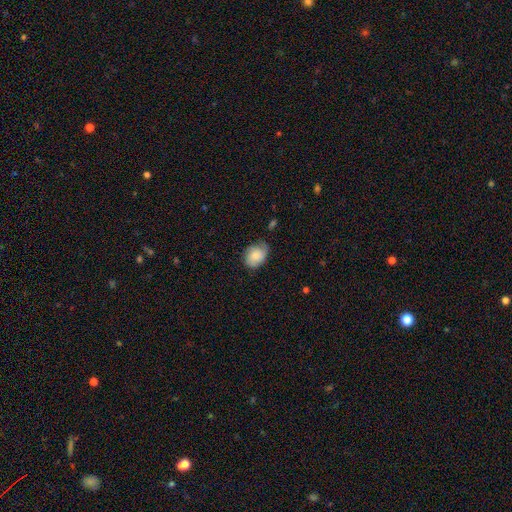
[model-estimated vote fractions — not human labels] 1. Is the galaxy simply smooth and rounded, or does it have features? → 77% smooth, 16% featured or disk, 7% star or artifact.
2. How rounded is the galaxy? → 69% in between, 30% round, 1% cigar-shaped.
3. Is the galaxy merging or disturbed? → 56% none, 34% minor disturbance, 8% major disturbance, 2% merger.